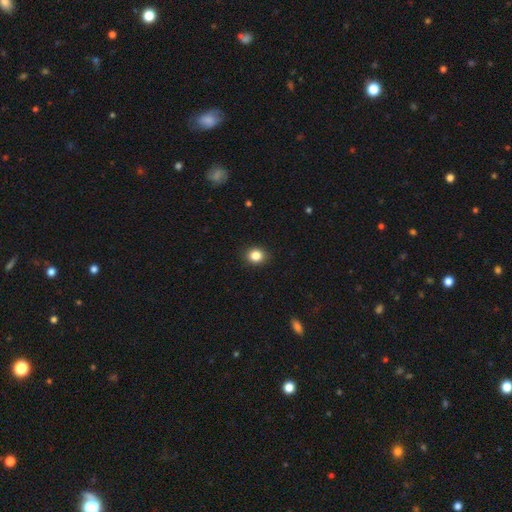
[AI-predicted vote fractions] This is clearly a smooth galaxy (85%). How rounded: likely round (69%). Merging: clearly none (90%).